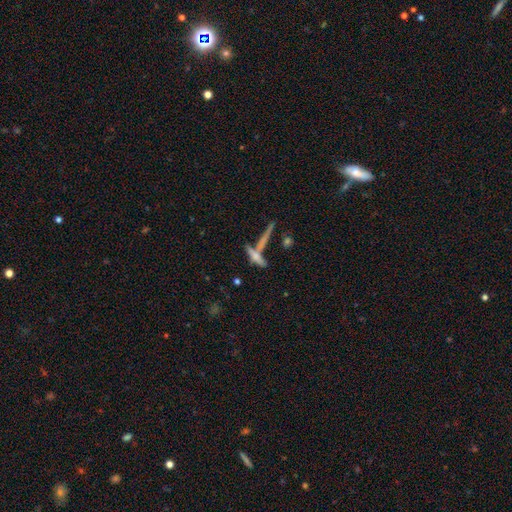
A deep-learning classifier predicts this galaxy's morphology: smooth-or-featured: smooth: 46% | featured or disk: 42% | star or artifact: 12%
  merging: none: 52% | merger: 32% | minor disturbance: 10% | major disturbance: 6%